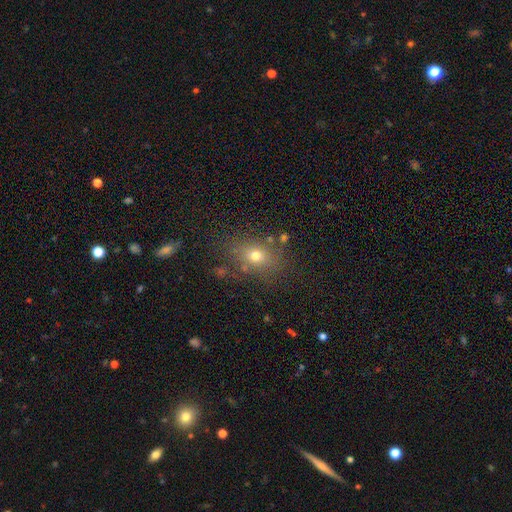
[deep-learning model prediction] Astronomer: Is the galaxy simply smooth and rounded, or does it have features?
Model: smooth — 69%.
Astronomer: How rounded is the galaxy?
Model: in between — 51% (runner-up: round, 47%).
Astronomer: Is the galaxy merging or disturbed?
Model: none — 77%.